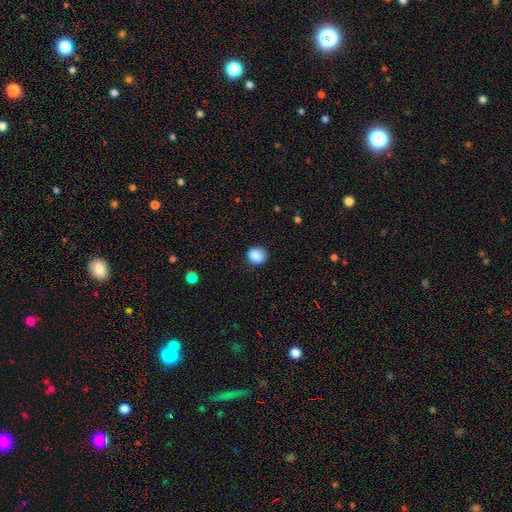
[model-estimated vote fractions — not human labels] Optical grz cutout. It shows a smooth galaxy with no disk features (86%) that is round (71%). Merging: none (82%).